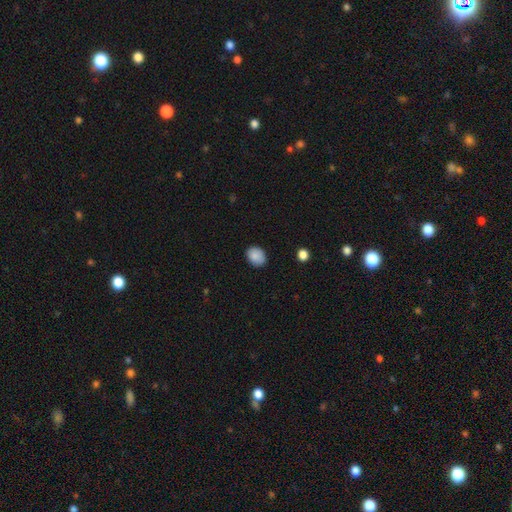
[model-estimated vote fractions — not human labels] smooth_or_featured: smooth (p=0.88) [alt: star or artifact p=0.08]
how_rounded: in between (p=0.52) [alt: round p=0.48]
merging: none (p=0.84) [alt: minor disturbance p=0.12]